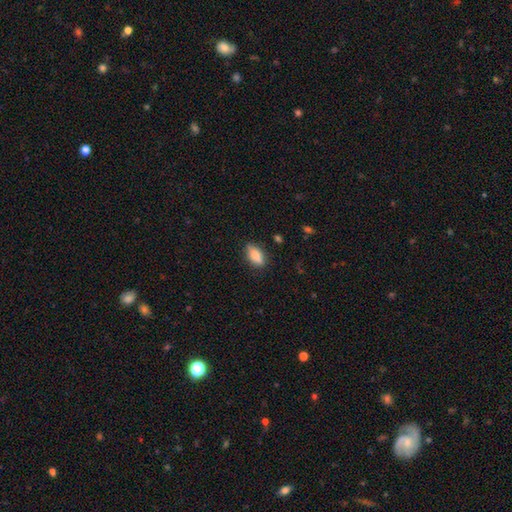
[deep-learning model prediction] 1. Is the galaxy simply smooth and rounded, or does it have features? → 83% smooth, 10% featured or disk, 8% star or artifact.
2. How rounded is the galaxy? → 80% in between, 16% cigar-shaped, 4% round.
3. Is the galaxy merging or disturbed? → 78% none, 17% minor disturbance, 4% major disturbance, 2% merger.